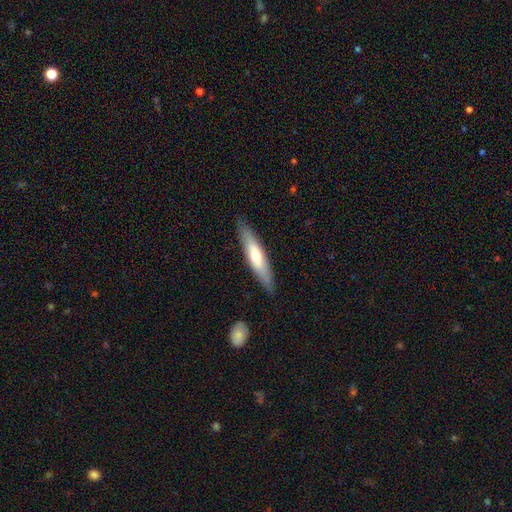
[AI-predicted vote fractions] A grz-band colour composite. It shows a smooth galaxy with no disk features (52%) that is cigar-shaped (83%). Merging: none (86%).